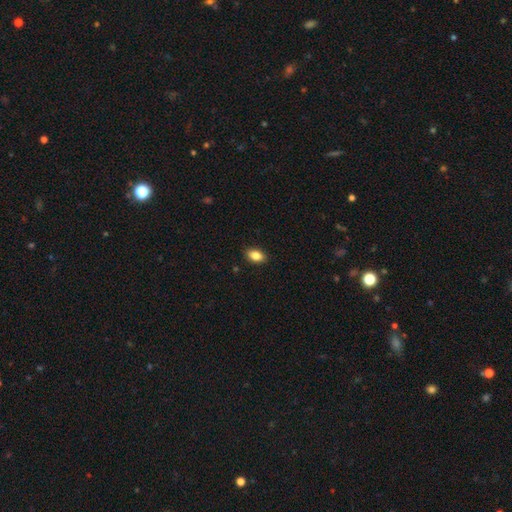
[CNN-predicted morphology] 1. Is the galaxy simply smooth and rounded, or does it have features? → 85% smooth, 8% star or artifact, 7% featured or disk.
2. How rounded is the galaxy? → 89% in between, 9% round, 2% cigar-shaped.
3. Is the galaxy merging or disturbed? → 89% none, 8% minor disturbance, 2% major disturbance, 1% merger.